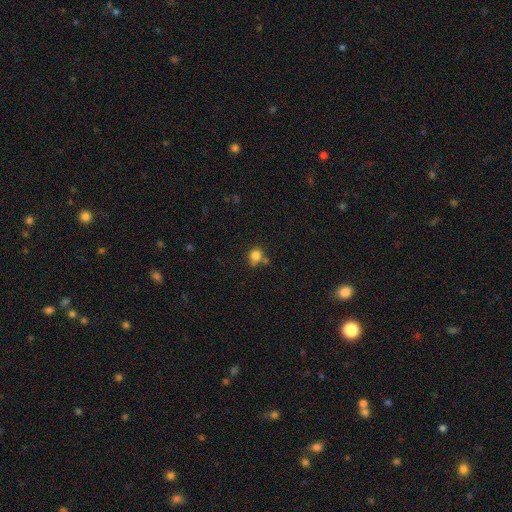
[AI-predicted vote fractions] Morphology: type=smooth (82%); roundness=round (76%); merging=none (60%).